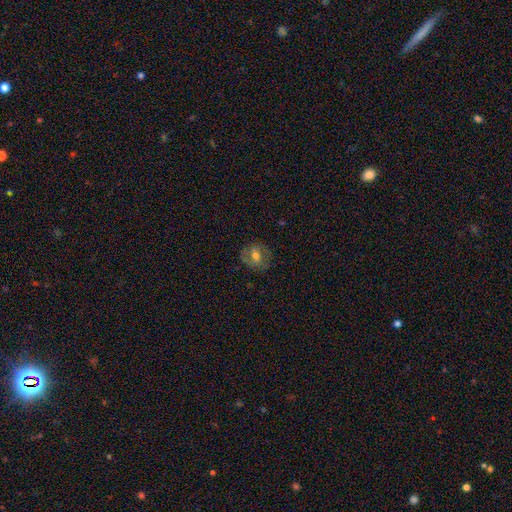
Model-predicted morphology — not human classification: This appears to be a featured or disk galaxy (46%). Merging: none (77%).